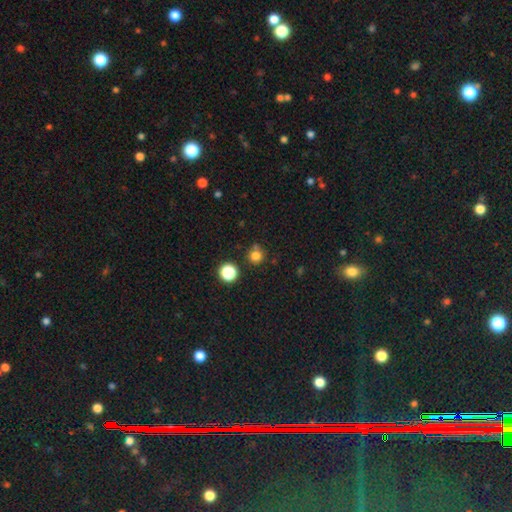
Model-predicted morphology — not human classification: type=smooth (78%); roundness=round (93%); merging=none (75%).